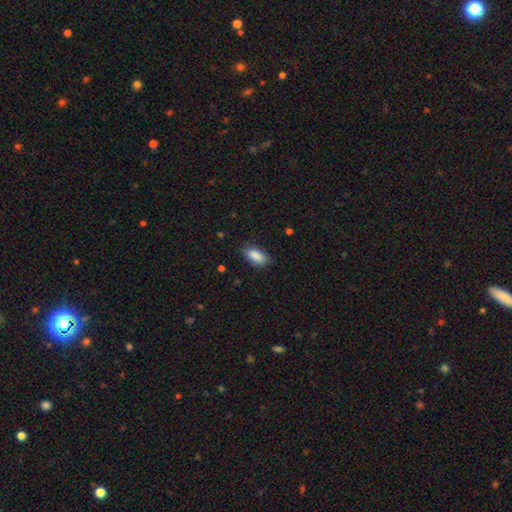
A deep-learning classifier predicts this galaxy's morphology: A smooth galaxy with no disk features (88%) that is in between round and cigar-shaped (89%). Merging: none (82%).